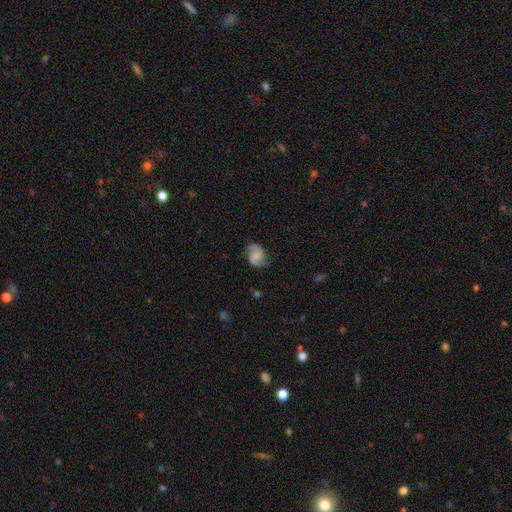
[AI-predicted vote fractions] Overall: featured or disk (74%). Edge-on disk: no (98%). Bar: no (50%; weak 40%). Spiral arms: yes (95%). Spiral arm count: 2 (92%). Spiral winding: medium (47%; loose 37%). Bulge size: none (53%; small 23%). Merging: none (76%).